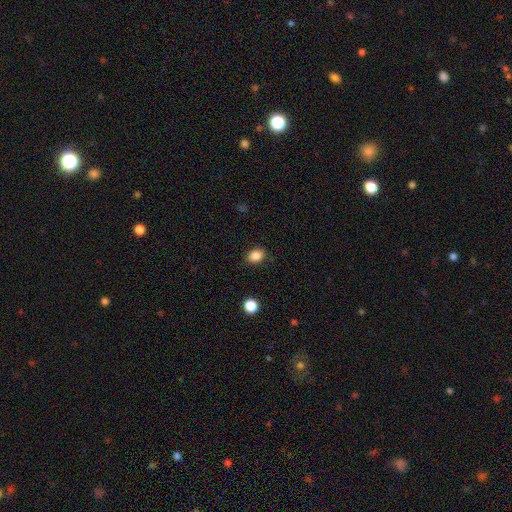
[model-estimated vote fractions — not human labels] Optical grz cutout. It shows a smooth galaxy with no disk features (86%) that is in between round and cigar-shaped (67%). Merging: none (85%).